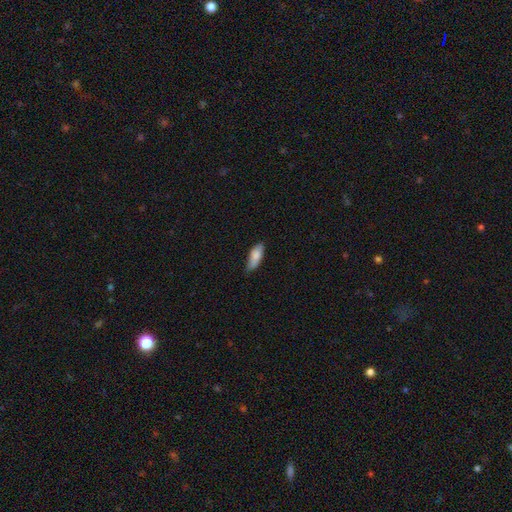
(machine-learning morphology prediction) A smooth galaxy with no disk features (82%) that is in between round and cigar-shaped (71%).

Vote fractions:
- Smooth or featured? smooth: 82% / featured or disk: 12% / star or artifact: 6%
- How rounded? in between: 71% / cigar-shaped: 27% / round: 2%
- Merging? none: 68% / minor disturbance: 26% / major disturbance: 4% / merger: 1%